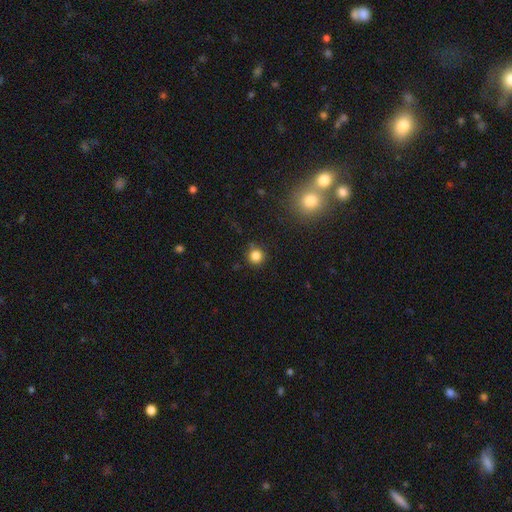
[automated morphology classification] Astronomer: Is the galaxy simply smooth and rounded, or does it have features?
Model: smooth — 82%.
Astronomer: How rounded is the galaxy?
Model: round — 93%.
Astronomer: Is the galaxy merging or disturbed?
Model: none — 85%.